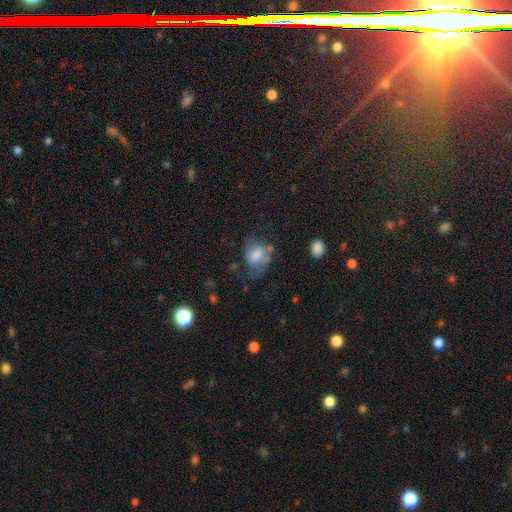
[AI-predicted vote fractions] Smooth or featured?
  - smooth: 54% *
  - featured or disk: 35%
  - star or artifact: 11%
How rounded?
  - in between: 58% *
  - round: 41%
  - cigar-shaped: 1%
Merging?
  - none: 46% *
  - minor disturbance: 27%
  - major disturbance: 22%
  - merger: 5%